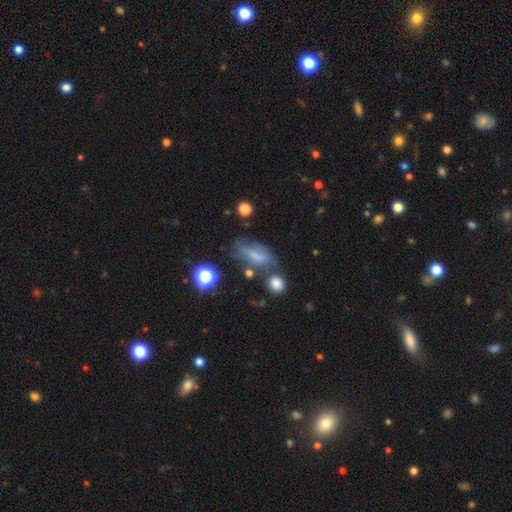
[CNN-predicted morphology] smooth 55%, featured or disk 31%, star or artifact 14%. Down the decision tree: how rounded — in between (72%); merging — none (42%).